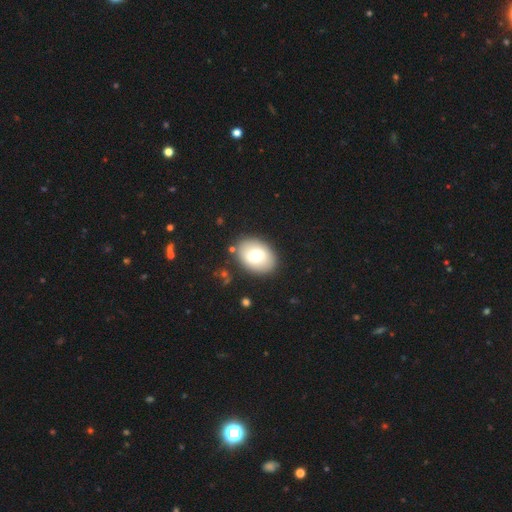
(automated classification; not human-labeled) Q: Smooth or featured?
A: smooth (67%); runner-up: featured or disk (26%)
Q: How rounded?
A: in between (74%); runner-up: round (25%)
Q: Merging?
A: none (86%); runner-up: minor disturbance (8%)